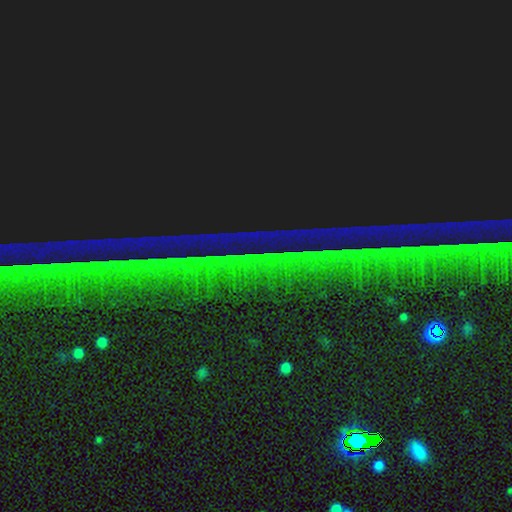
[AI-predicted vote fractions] The model was most divided on "smooth or featured": star or artifact: 87%, featured or disk: 7%, smooth: 6%.